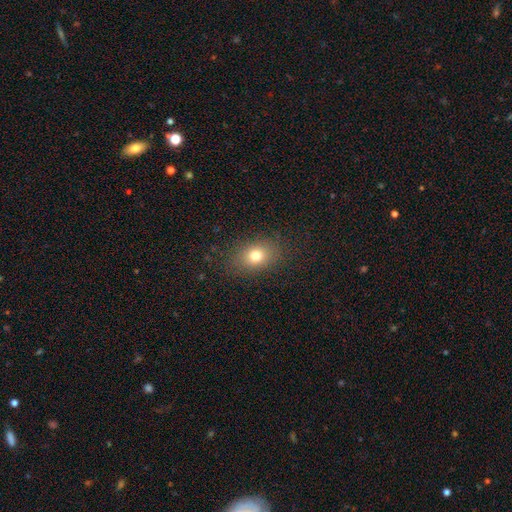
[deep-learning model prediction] smooth 76%, star or artifact 13%, featured or disk 11%. Down the decision tree: how rounded — in between (63%); merging — none (85%).